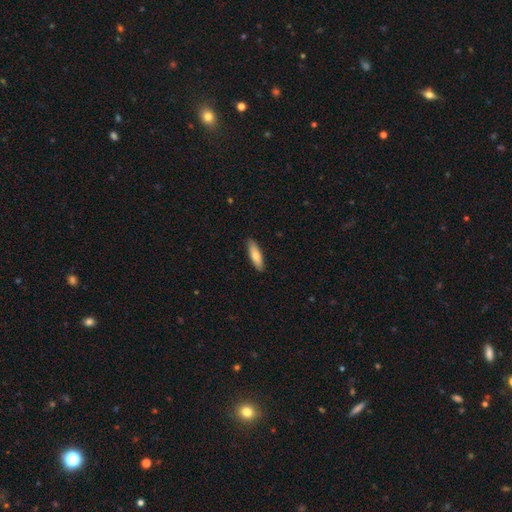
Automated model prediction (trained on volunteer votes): Smooth or featured?
  - smooth: 75% *
  - featured or disk: 19%
  - star or artifact: 6%
How rounded?
  - cigar-shaped: 55% *
  - in between: 43%
  - round: 2%
Merging?
  - none: 89% *
  - minor disturbance: 9%
  - major disturbance: 2%
  - merger: 1%